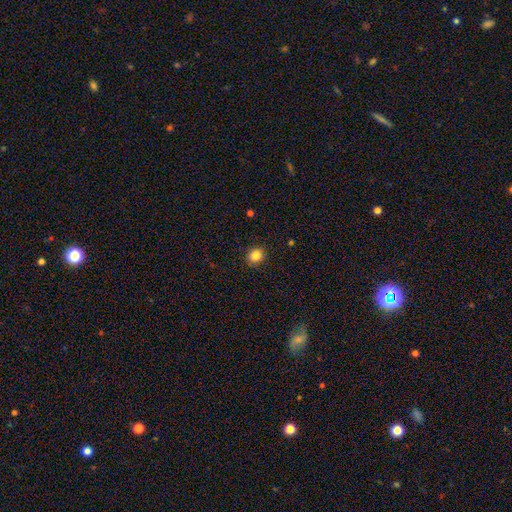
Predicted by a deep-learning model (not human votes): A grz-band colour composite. It shows a smooth galaxy with no disk features (85%) that is round (80%). Merging: none (88%).